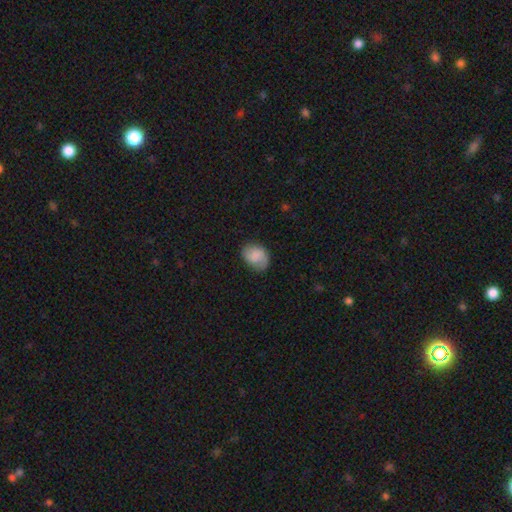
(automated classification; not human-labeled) Smooth or featured? smooth (67%)
How rounded? in between (70%)
Merging? none (70%)